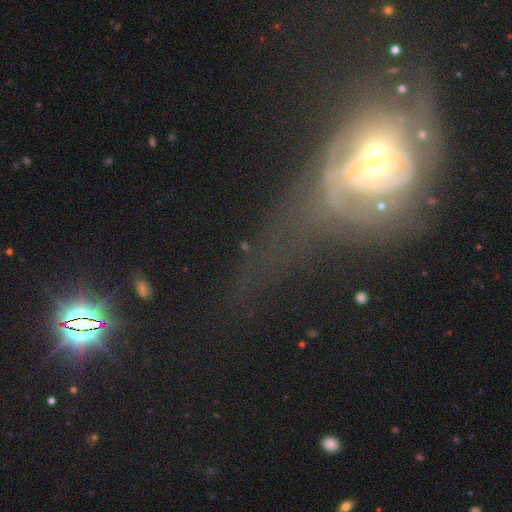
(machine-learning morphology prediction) Smooth or featured: featured or disk — 58% (star or artifact — 25%)
Edge-on disk: no — 88% (yes — 12%)
Bar: no — 69% (weak — 20%)
Spiral arms: yes — 60% (no — 40%)
Bulge size: moderate — 44% (small — 41%)
Merging: major disturbance — 36% (tied with none — 36%)